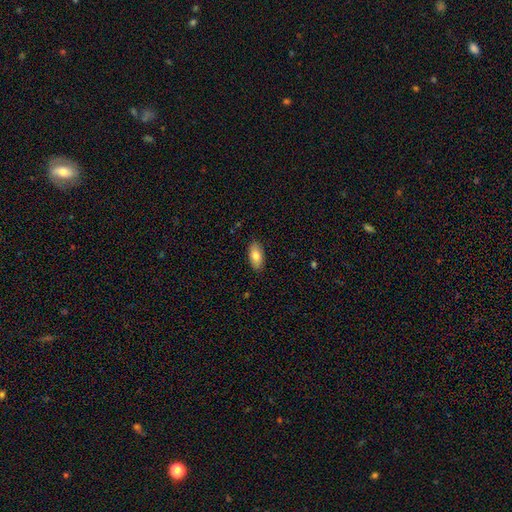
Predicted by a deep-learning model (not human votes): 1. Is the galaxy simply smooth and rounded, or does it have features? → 82% smooth, 12% featured or disk, 6% star or artifact.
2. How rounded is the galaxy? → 93% in between, 4% cigar-shaped, 3% round.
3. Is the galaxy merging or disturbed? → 88% none, 9% minor disturbance, 2% major disturbance, 1% merger.